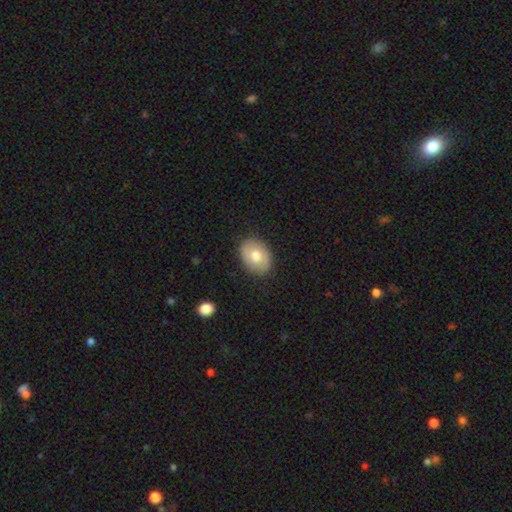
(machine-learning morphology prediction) Smooth or featured?
  - smooth: 71% *
  - featured or disk: 22%
  - star or artifact: 7%
How rounded?
  - in between: 71% *
  - round: 28%
  - cigar-shaped: 1%
Merging?
  - none: 87% *
  - minor disturbance: 10%
  - major disturbance: 2%
  - merger: 1%